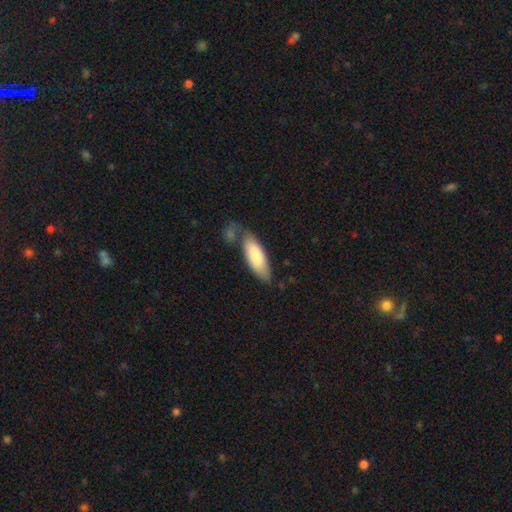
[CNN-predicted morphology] This is clearly a smooth galaxy (82%). How rounded: likely in between (64%). Merging: possibly none (59%).